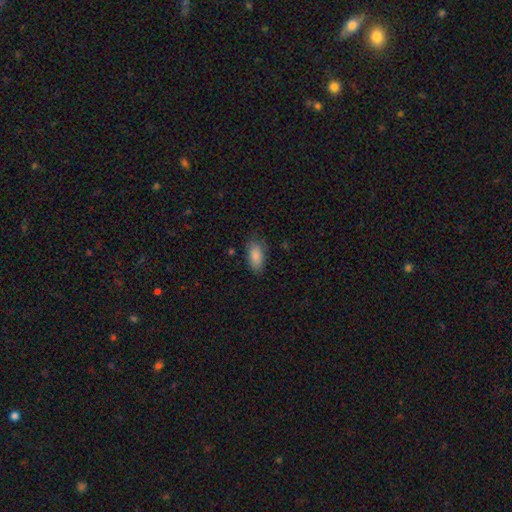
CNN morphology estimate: Smooth or featured: smooth — 87% (star or artifact — 7%)
How rounded: in between — 91% (cigar-shaped — 7%)
Merging: none — 74% (minor disturbance — 19%)